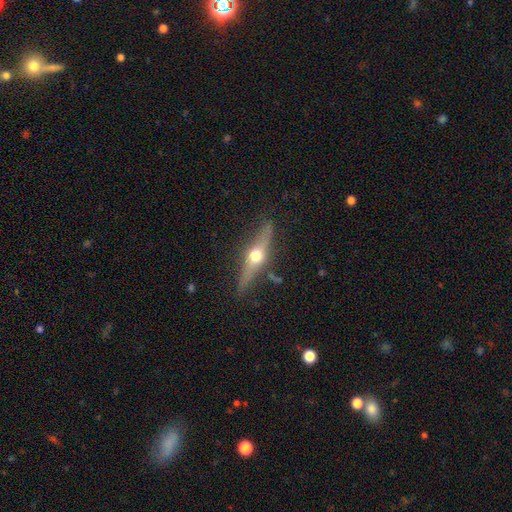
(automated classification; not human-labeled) A featured or disk galaxy (72%) viewed edge-on (95%) with a rounded central bulge (96%).

Vote fractions:
- Smooth or featured? featured or disk: 72% / smooth: 21% / star or artifact: 7%
- Edge-on disk? yes: 95% / no: 5%
- Edge-on bulge? rounded: 96% / boxy: 2% / none: 2%
- Merging? none: 84% / minor disturbance: 11% / major disturbance: 3% / merger: 2%